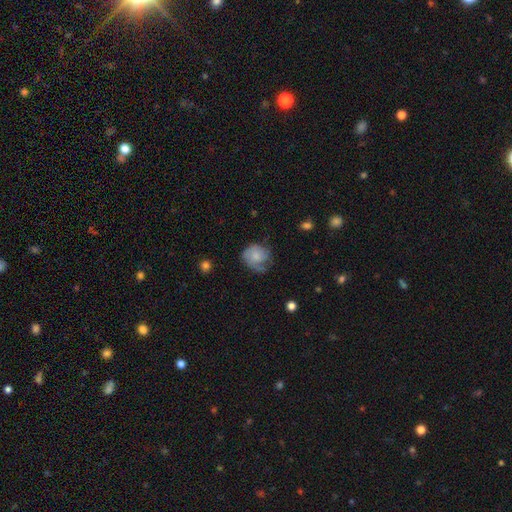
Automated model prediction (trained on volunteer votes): This appears to be a smooth galaxy with no disk features (52%) that is round (74%). Merging: none (46%).